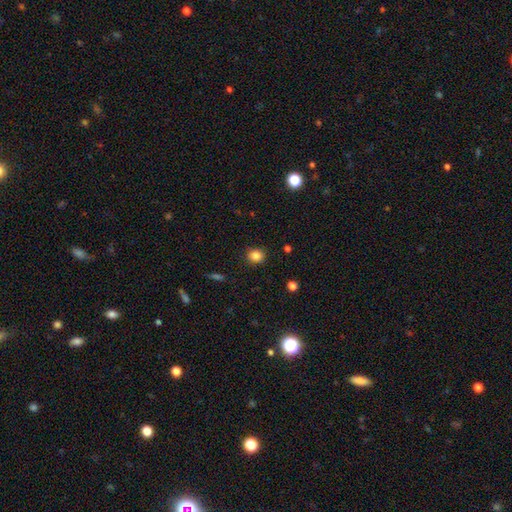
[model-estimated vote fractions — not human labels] This is clearly a smooth galaxy (84%). How rounded: clearly round (81%). Merging: clearly none (89%).